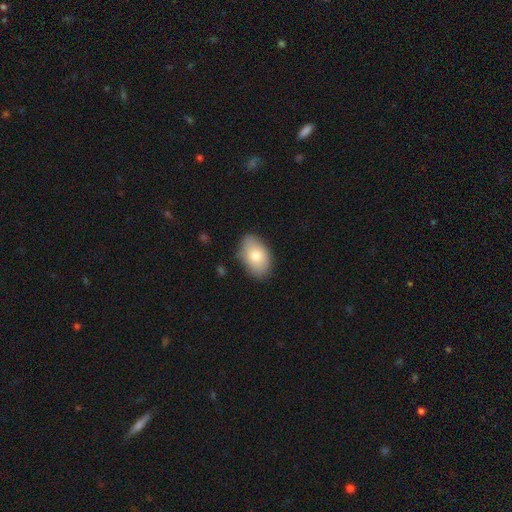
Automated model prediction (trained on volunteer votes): Q: Smooth or featured?
A: smooth (78%); runner-up: featured or disk (16%)
Q: How rounded?
A: in between (91%); runner-up: round (7%)
Q: Merging?
A: none (80%); runner-up: minor disturbance (16%)